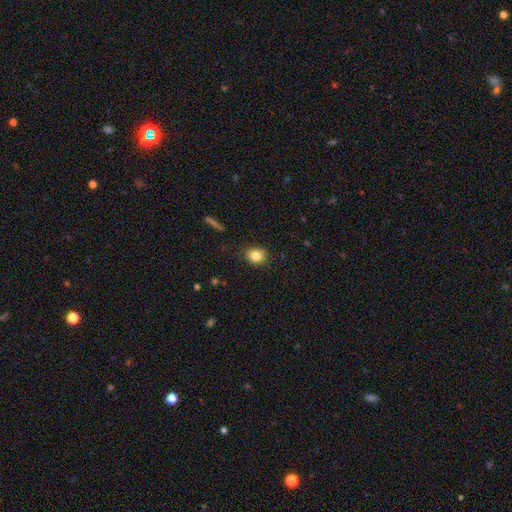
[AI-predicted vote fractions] smooth_or_featured: smooth (p=0.82) [alt: star or artifact p=0.10]
how_rounded: round (p=0.61) [alt: in between p=0.38]
merging: none (p=0.84) [alt: minor disturbance p=0.12]